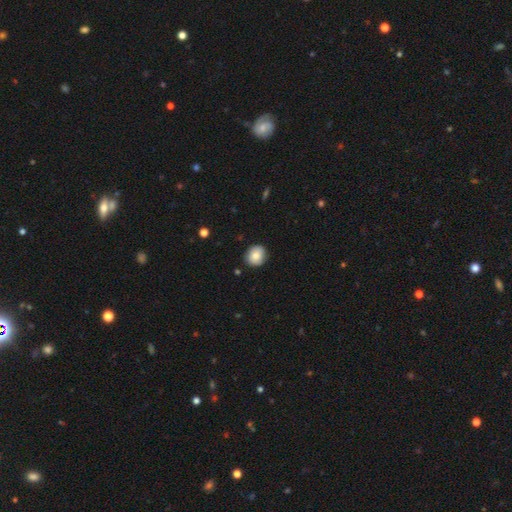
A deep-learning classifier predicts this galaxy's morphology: Q: Smooth or featured?
A: smooth (80%); runner-up: featured or disk (12%)
Q: How rounded?
A: round (79%); runner-up: in between (20%)
Q: Merging?
A: none (86%); runner-up: minor disturbance (11%)